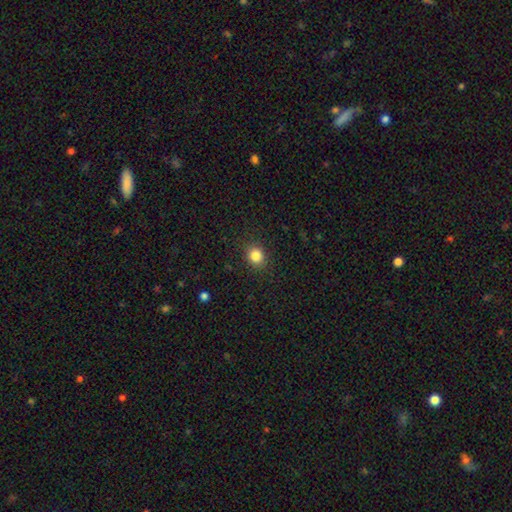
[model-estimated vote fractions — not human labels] Overall: smooth (84%). How rounded: round (73%). Merging: none (89%).